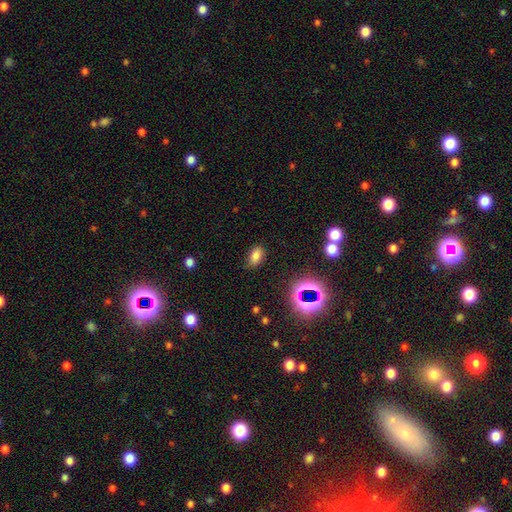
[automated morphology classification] This appears to be a smooth galaxy with no disk features (75%) that is in between round and cigar-shaped (88%). Merging: none (81%).